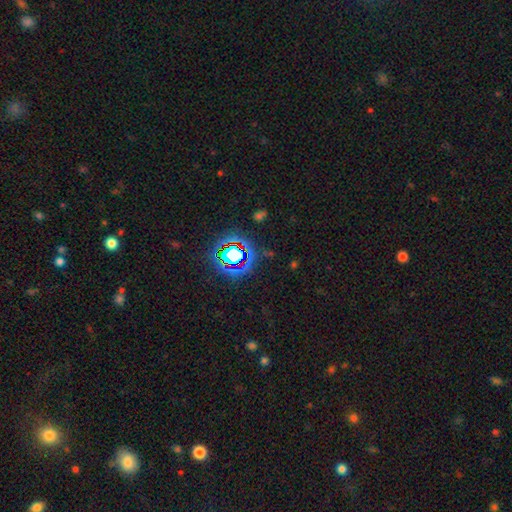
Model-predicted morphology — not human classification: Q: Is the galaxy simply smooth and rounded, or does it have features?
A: star or artifact — 77%.